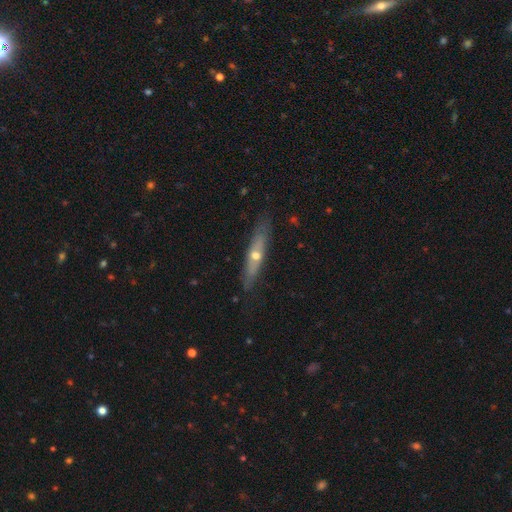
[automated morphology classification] This appears to be a featured or disk galaxy (60%) viewed edge-on (84%) with a rounded central bulge (84%). Merging: none (85%).